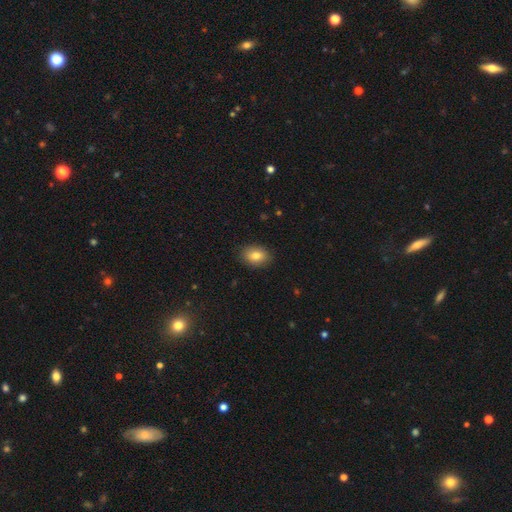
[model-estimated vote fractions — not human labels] A smooth galaxy with no disk features (81%) that is in between round and cigar-shaped (70%). Merging: none (89%).